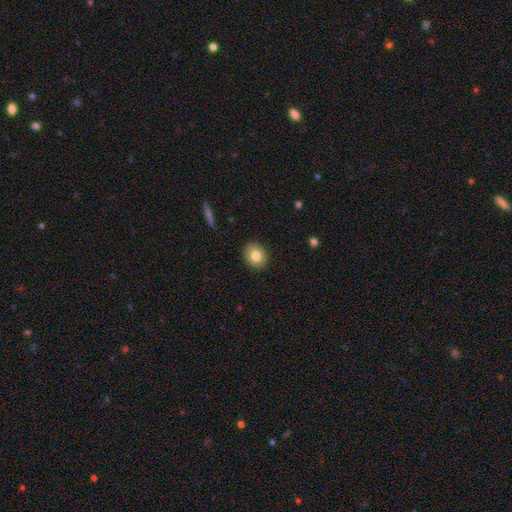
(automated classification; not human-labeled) Overall: smooth (79%). How rounded: round (76%). Merging: none (90%).